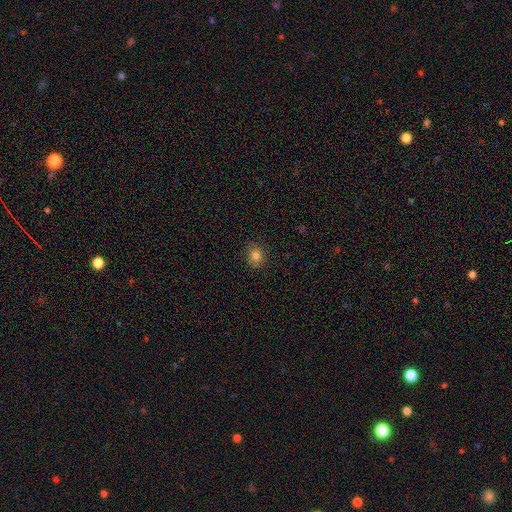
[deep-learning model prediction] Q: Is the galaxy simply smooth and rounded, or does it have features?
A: smooth — 81%.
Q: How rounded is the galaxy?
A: round — 59%.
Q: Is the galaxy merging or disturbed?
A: none — 84%.